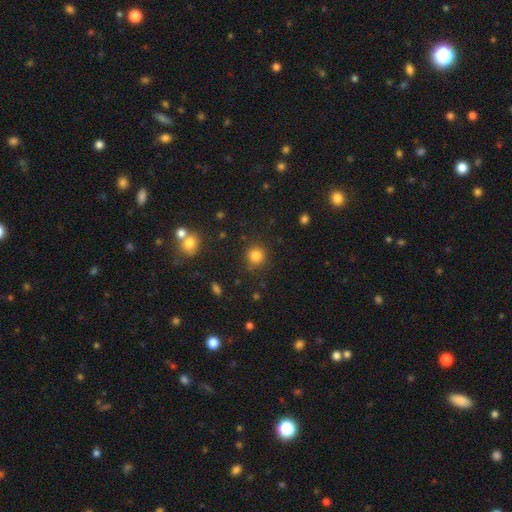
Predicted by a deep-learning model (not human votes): smooth-or-featured: smooth: 83% | star or artifact: 12% | featured or disk: 5%
  how-rounded: round: 91% | in between: 8% | cigar-shaped: 1%
  merging: none: 85% | minor disturbance: 9% | major disturbance: 3% | merger: 3%